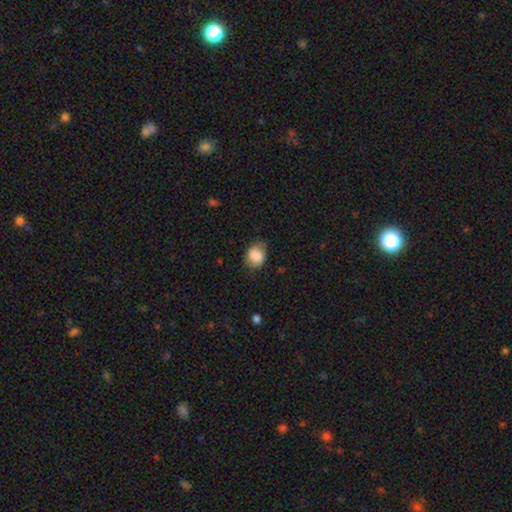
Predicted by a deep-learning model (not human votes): Morphology: type=smooth (85%); roundness=round (54%); merging=none (72%).